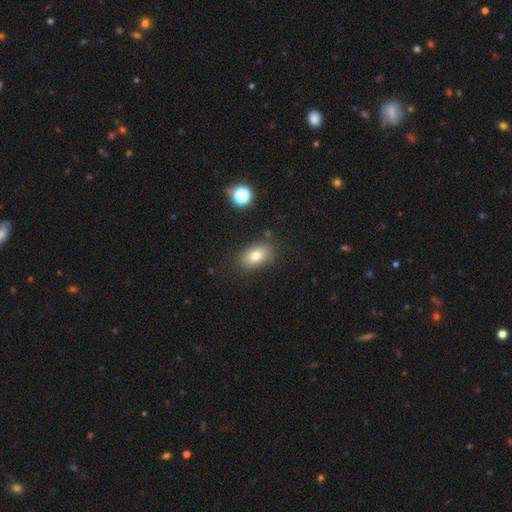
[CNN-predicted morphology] This is likely a smooth galaxy (80%). How rounded: clearly in between (85%). Merging: clearly none (82%).